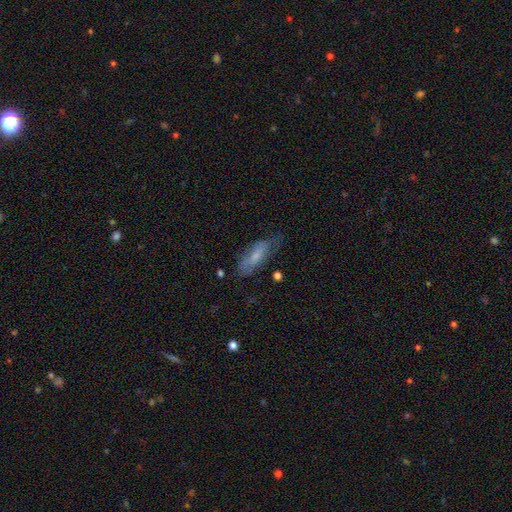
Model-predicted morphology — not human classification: Smooth or featured: smooth — 57% (featured or disk — 35%)
How rounded: in between — 59% (cigar-shaped — 39%)
Merging: none — 59% (minor disturbance — 27%)